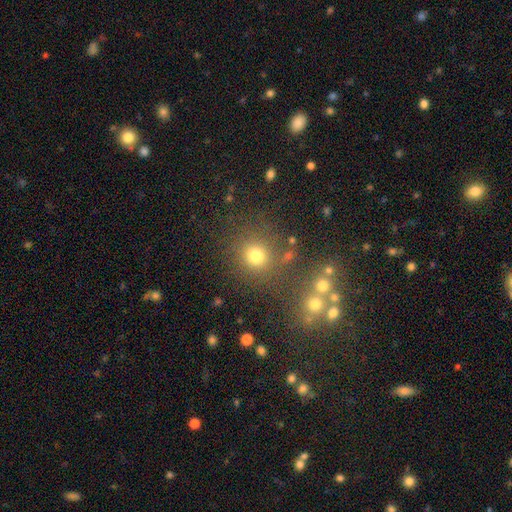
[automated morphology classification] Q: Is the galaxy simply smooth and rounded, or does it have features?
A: smooth — 73%.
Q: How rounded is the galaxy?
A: round — 87%.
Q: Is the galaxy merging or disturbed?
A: none — 74%.